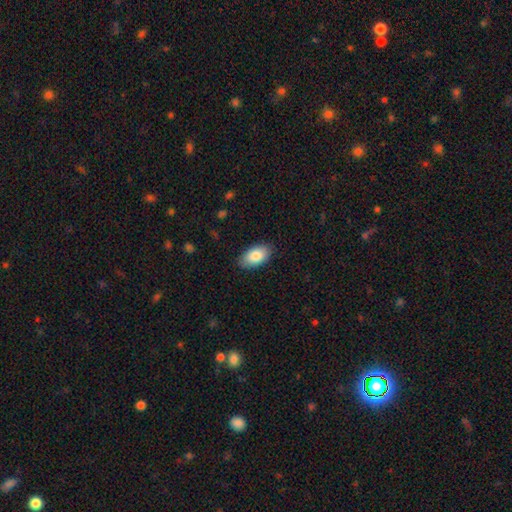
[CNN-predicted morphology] smooth_or_featured: smooth (p=0.85) [alt: featured or disk p=0.09]
how_rounded: in between (p=0.95) [alt: round p=0.03]
merging: none (p=0.87) [alt: minor disturbance p=0.10]